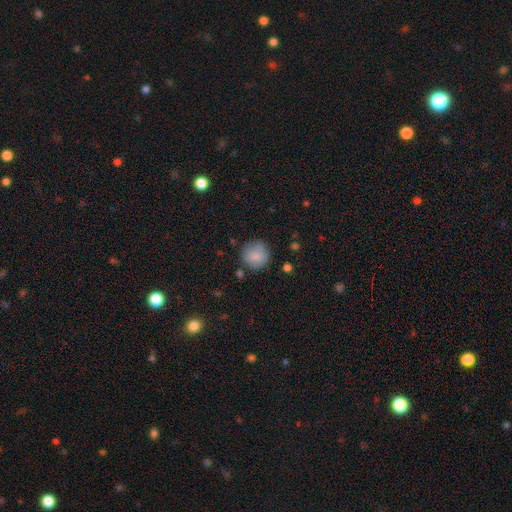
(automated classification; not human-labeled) A smooth galaxy with no disk features (81%) that is round (91%). Merging: none (76%).